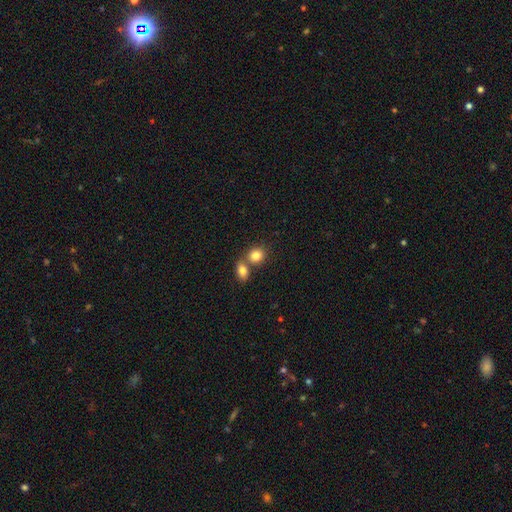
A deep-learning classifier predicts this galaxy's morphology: This is clearly a smooth galaxy (83%). How rounded: likely round (63%). Merging: possibly none (45%, tied with merger).